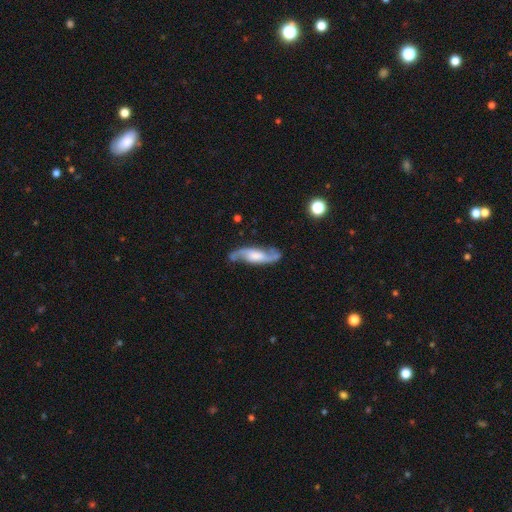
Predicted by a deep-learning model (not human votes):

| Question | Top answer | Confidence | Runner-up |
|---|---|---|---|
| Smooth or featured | featured or disk | 82% | smooth (13%) |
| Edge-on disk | no | 88% | yes (12%) |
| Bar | no | 43% | weak (39%) |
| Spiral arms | yes | 96% | no (4%) |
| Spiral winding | loose | 61% | medium (31%) |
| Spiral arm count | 2 | 93% | can't tell (3%) |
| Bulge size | moderate | 32% | large (30%) |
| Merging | none | 75% | minor disturbance (16%) |